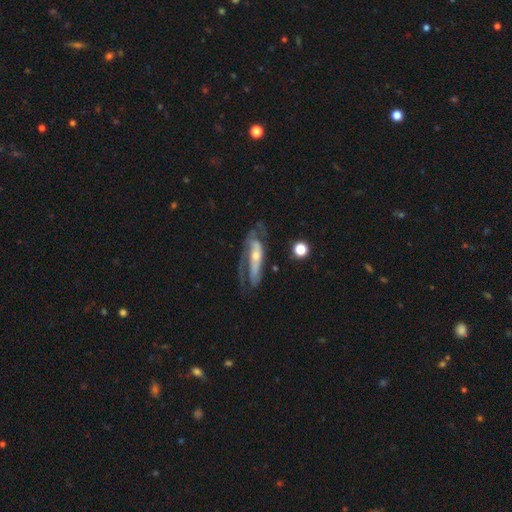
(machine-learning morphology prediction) A featured or disk galaxy (72%) with no bar (55%), spiral arms (76%) and a small central bulge (52%). Merging: none (43%).